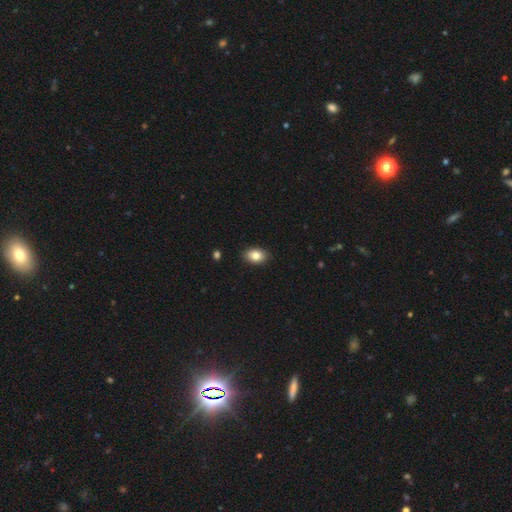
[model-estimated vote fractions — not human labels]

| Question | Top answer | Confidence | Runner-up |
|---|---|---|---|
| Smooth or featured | smooth | 83% | star or artifact (8%) |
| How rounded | in between | 82% | round (17%) |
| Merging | none | 89% | minor disturbance (8%) |